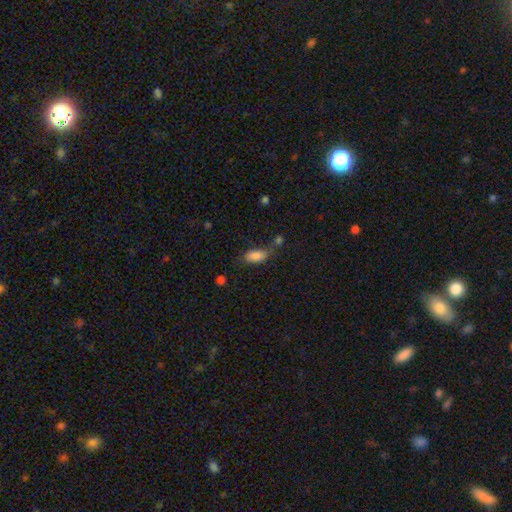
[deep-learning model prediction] Smooth or featured: smooth — 84% (star or artifact — 8%)
How rounded: in between — 89% (cigar-shaped — 7%)
Merging: none — 51% (minor disturbance — 25%)